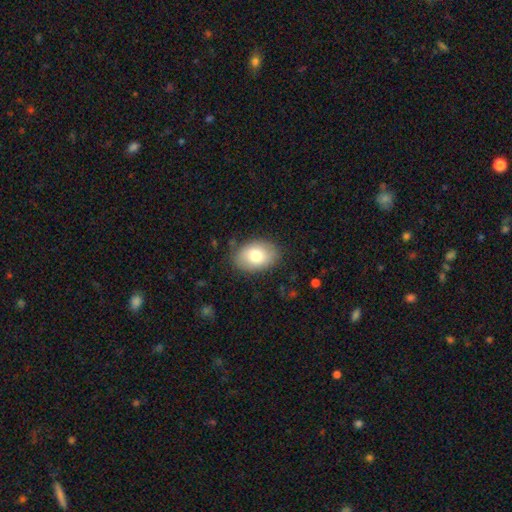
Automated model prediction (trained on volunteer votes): A smooth galaxy with no disk features (76%) that is in between round and cigar-shaped (81%).

Vote fractions:
- Smooth or featured? smooth: 76% / featured or disk: 17% / star or artifact: 7%
- How rounded? in between: 81% / round: 18% / cigar-shaped: 1%
- Merging? none: 84% / minor disturbance: 12% / major disturbance: 3% / merger: 1%